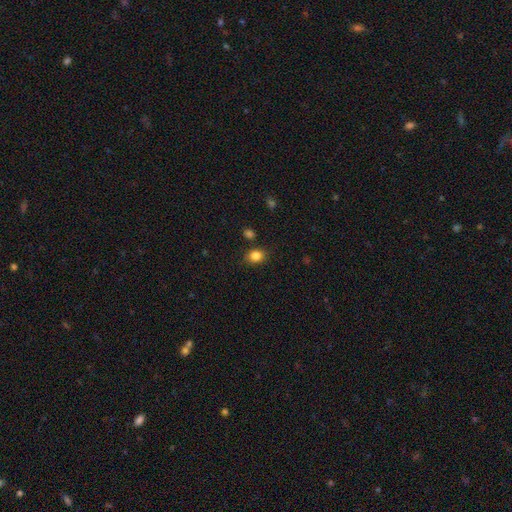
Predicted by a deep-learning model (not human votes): This is clearly a smooth galaxy (84%). How rounded: possibly in between (55%). Merging: clearly none (84%).